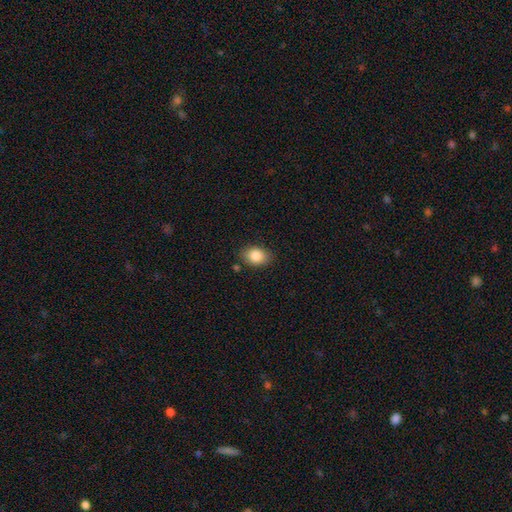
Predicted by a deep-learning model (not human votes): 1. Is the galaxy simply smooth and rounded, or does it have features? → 86% smooth, 8% star or artifact, 6% featured or disk.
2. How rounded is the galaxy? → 74% in between, 25% round, 1% cigar-shaped.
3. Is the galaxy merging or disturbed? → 83% none, 12% minor disturbance, 3% major disturbance, 2% merger.